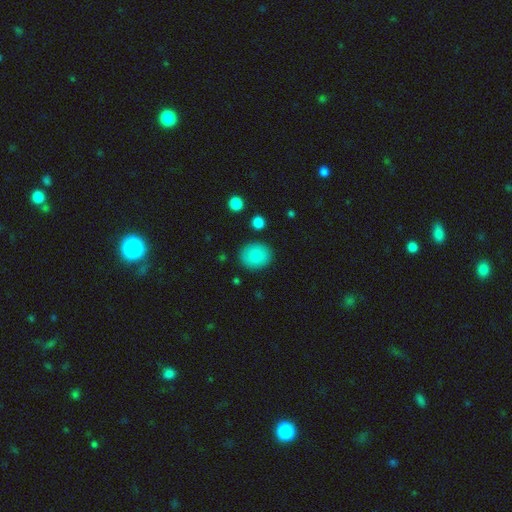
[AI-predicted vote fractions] Smooth or featured? smooth (86%)
How rounded? round (64%)
Merging? none (86%)